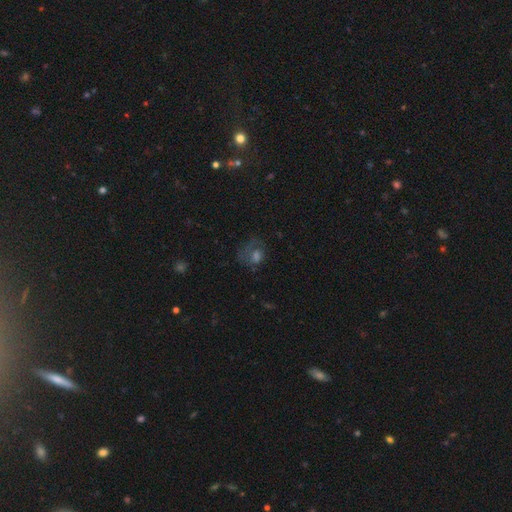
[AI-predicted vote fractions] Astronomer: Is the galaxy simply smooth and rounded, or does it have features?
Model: smooth — 42% (runner-up: featured or disk, 33%).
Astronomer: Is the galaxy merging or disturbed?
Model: none — 43% (runner-up: major disturbance, 34%).